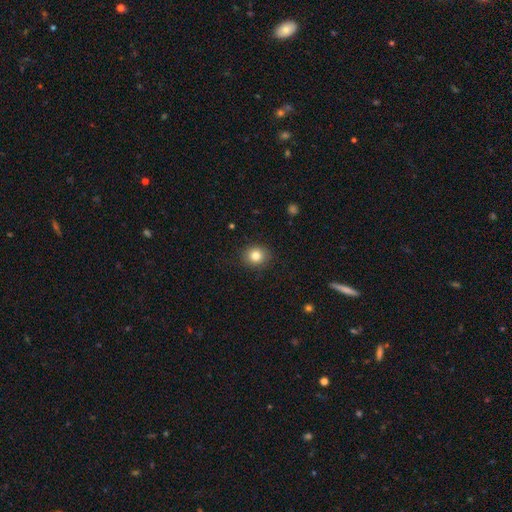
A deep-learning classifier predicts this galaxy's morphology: Smooth or featured? Predicted: smooth (p=0.82). How rounded? Predicted: round (p=0.80). Merging? Predicted: none (p=0.89).